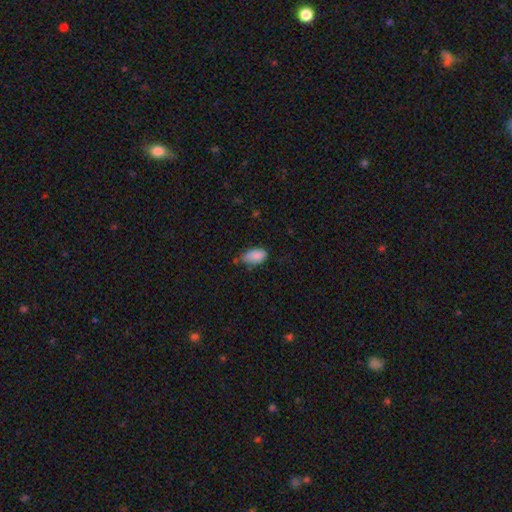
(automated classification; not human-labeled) A smooth galaxy with no disk features (87%) that is in between round and cigar-shaped (93%). Merging: none (54%).